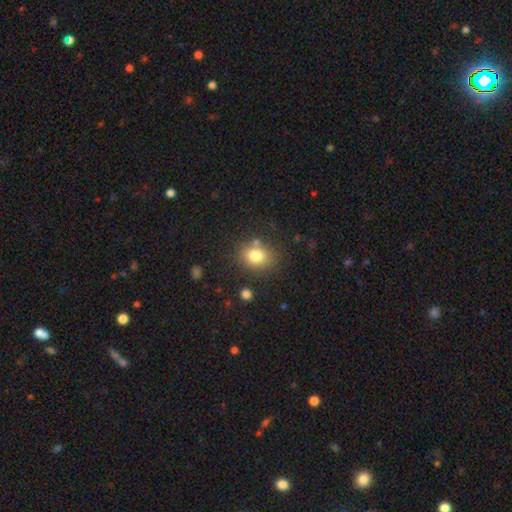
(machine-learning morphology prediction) The model was most divided on "how rounded": round: 58%, in between: 41%, cigar-shaped: 1%. More confident: smooth or featured — smooth (79%); merging — none (78%).